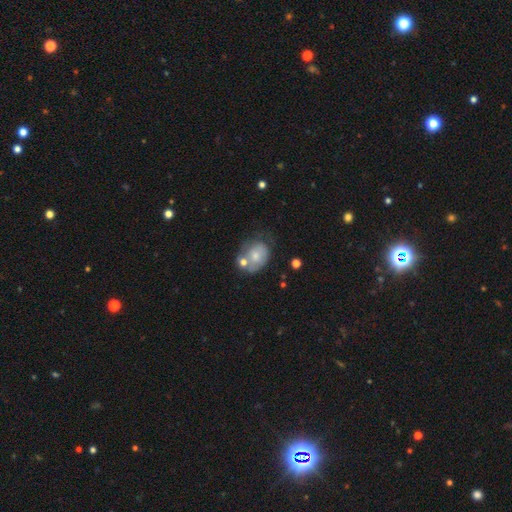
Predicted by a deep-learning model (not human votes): This is possibly a smooth galaxy (57%). How rounded: possibly in between (57%). Merging: marginally none (35%).